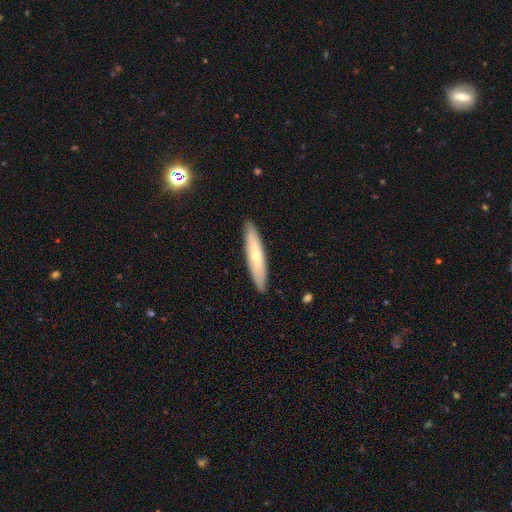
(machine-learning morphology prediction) A smooth galaxy with no disk features (52%) that is cigar-shaped (84%).

Vote fractions:
- Smooth or featured? smooth: 52% / featured or disk: 43% / star or artifact: 5%
- How rounded? cigar-shaped: 84% / in between: 15% / round: 2%
- Merging? none: 89% / minor disturbance: 9% / major disturbance: 2% / merger: 1%